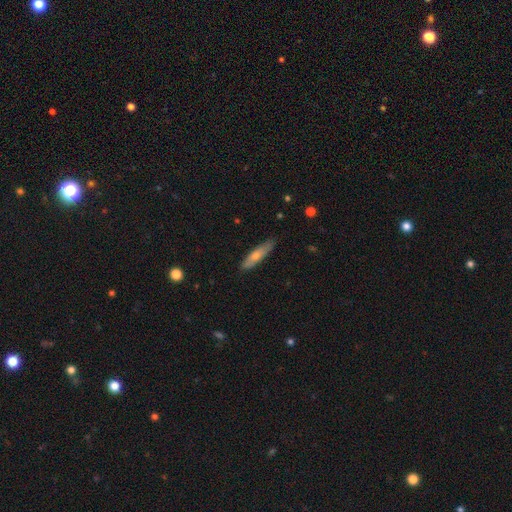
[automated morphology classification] smooth-or-featured: smooth: 60% | featured or disk: 34% | star or artifact: 6%
  how-rounded: cigar-shaped: 83% | in between: 16% | round: 2%
  merging: none: 85% | minor disturbance: 12% | major disturbance: 2% | merger: 1%